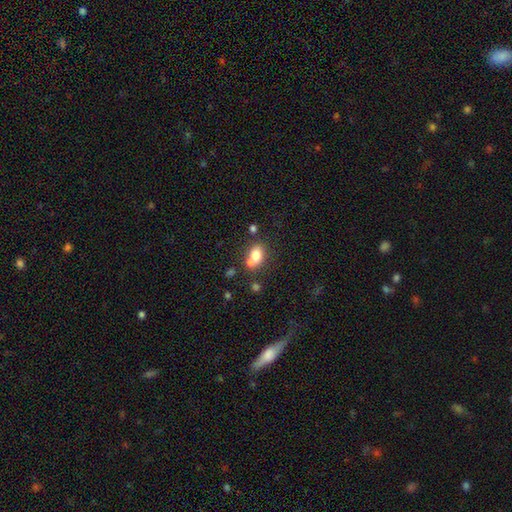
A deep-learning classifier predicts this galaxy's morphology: type=smooth (77%); roundness=in between (73%); merging=none (46%).